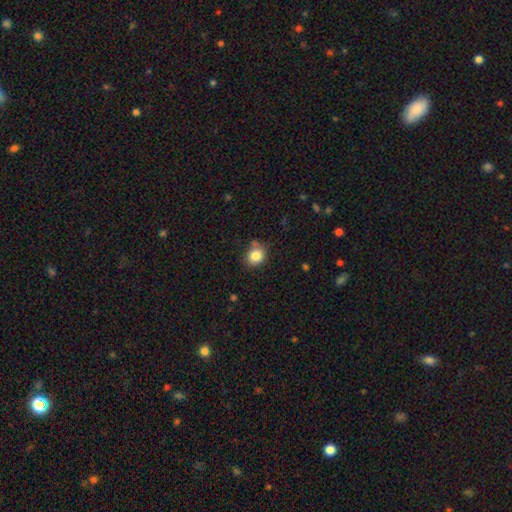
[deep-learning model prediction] A smooth galaxy with no disk features (83%) that is round (71%). Merging: none (72%).